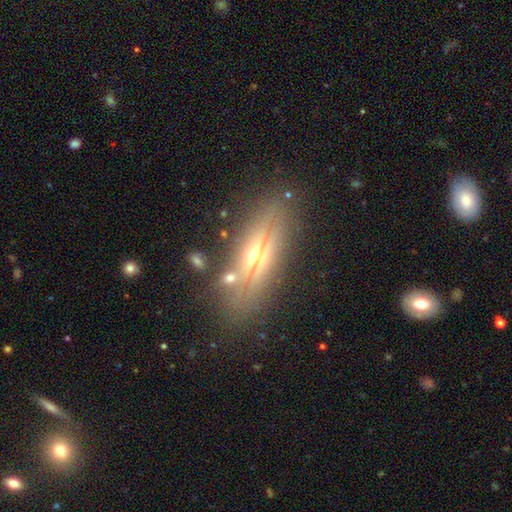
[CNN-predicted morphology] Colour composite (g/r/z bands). It shows a featured or disk galaxy (76%) viewed edge-on (88%) with a rounded central bulge (90%). Merging: none (78%).